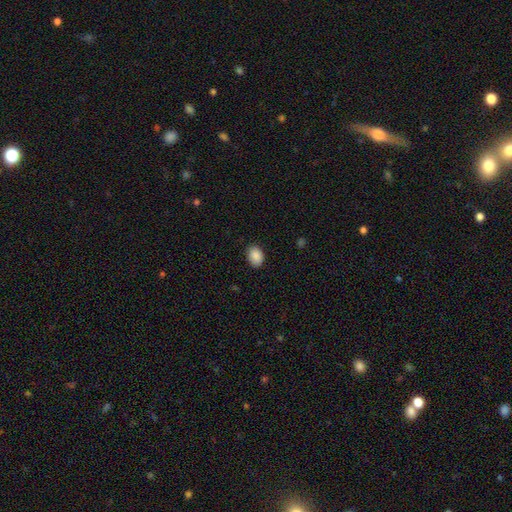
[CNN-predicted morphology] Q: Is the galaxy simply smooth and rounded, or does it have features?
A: smooth — 89%.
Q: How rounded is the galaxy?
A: in between — 81%.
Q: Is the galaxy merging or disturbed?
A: none — 86%.